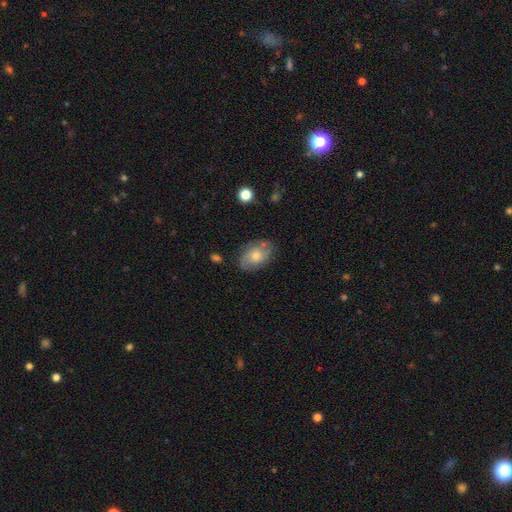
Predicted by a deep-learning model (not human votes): Morphology: type=smooth (53%); roundness=in between (83%); merging=none (72%).